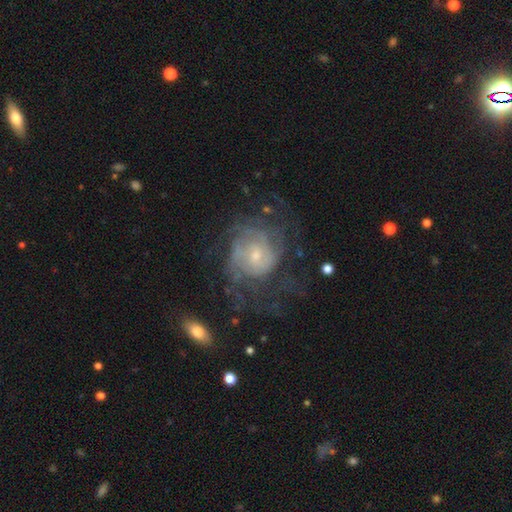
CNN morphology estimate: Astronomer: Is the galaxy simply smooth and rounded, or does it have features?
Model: featured or disk — 79%.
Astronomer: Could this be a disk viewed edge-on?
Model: no — 97%.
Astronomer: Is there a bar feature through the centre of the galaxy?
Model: no — 64%.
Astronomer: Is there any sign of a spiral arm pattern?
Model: yes — 88%.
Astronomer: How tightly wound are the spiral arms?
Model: tight — 55% (runner-up: medium, 32%).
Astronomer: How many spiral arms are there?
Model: can't tell — 48%.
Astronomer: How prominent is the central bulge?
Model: small — 62%.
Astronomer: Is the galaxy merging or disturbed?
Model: none — 54%.